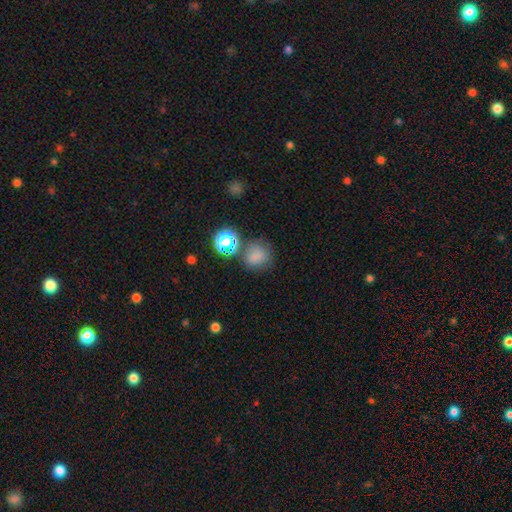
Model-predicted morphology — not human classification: smooth_or_featured: smooth (p=0.74) [alt: star or artifact p=0.19]
how_rounded: round (p=0.80) [alt: in between p=0.19]
merging: none (p=0.67) [alt: minor disturbance p=0.16]